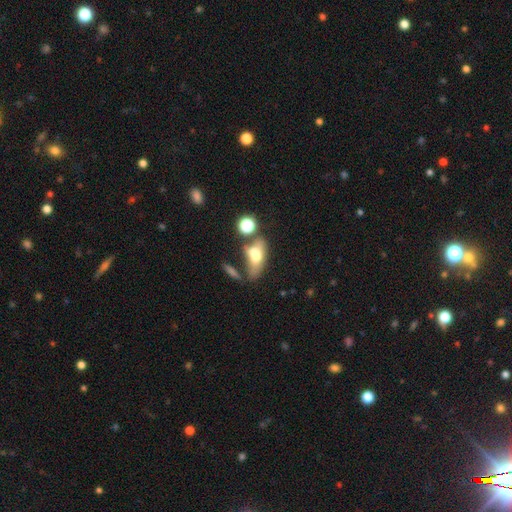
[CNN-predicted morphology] A smooth galaxy with no disk features (62%) that is in between round and cigar-shaped (78%). Merging: none (41%).